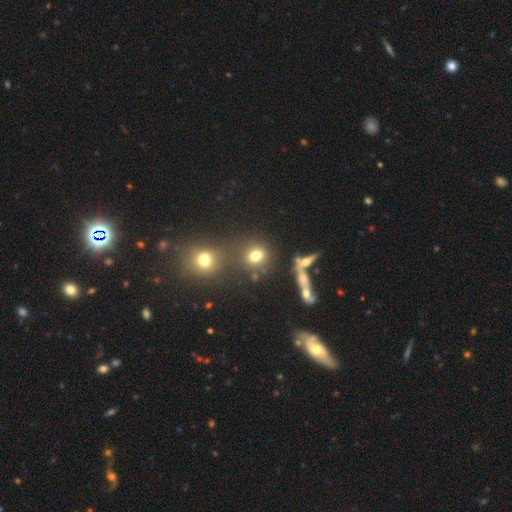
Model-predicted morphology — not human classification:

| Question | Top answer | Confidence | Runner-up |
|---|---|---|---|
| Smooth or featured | smooth | 71% | star or artifact (18%) |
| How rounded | round | 71% | in between (27%) |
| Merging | none | 65% | merger (19%) |